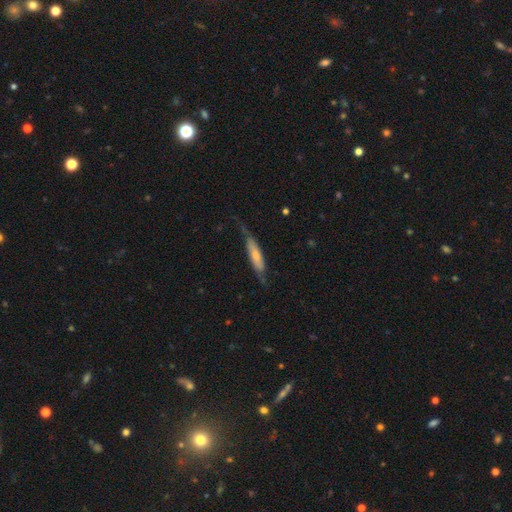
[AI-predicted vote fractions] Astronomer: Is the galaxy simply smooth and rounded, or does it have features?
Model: smooth — 53% (runner-up: featured or disk, 41%).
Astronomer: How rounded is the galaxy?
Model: cigar-shaped — 77%.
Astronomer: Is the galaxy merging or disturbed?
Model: none — 62%.